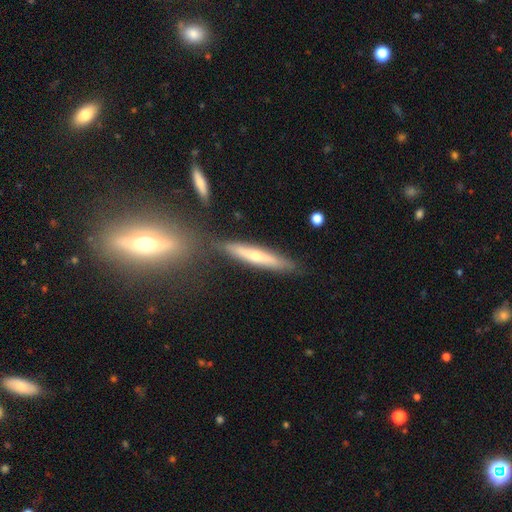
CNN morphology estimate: Smooth or featured? Predicted: featured or disk (p=0.48). Merging? Predicted: none (p=0.79).